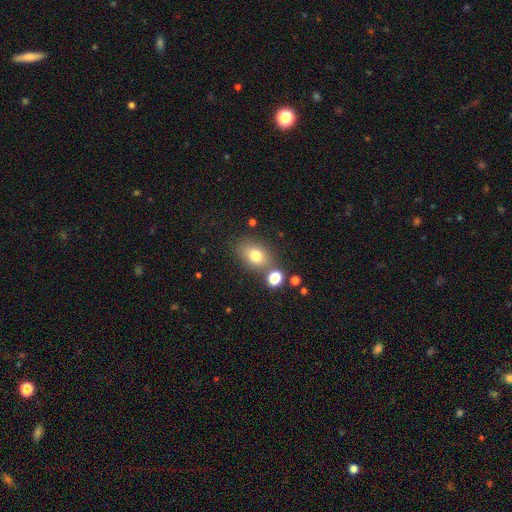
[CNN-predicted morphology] Q: Smooth or featured?
A: smooth (77%); runner-up: star or artifact (12%)
Q: How rounded?
A: in between (73%); runner-up: round (26%)
Q: Merging?
A: none (71%); runner-up: minor disturbance (14%)